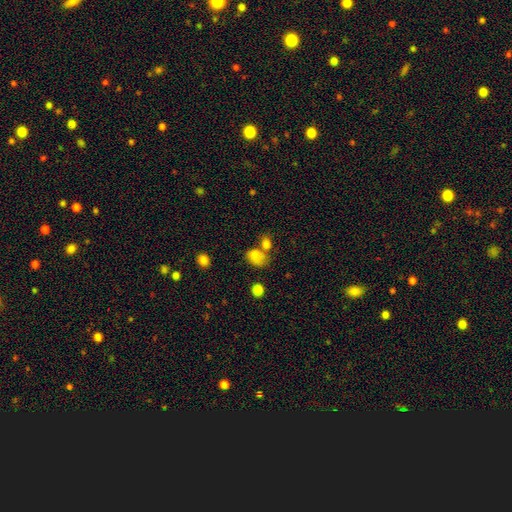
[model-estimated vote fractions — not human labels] Q: Smooth or featured?
A: smooth (79%); runner-up: star or artifact (12%)
Q: How rounded?
A: in between (70%); runner-up: round (29%)
Q: Merging?
A: none (40%); runner-up: merger (34%)